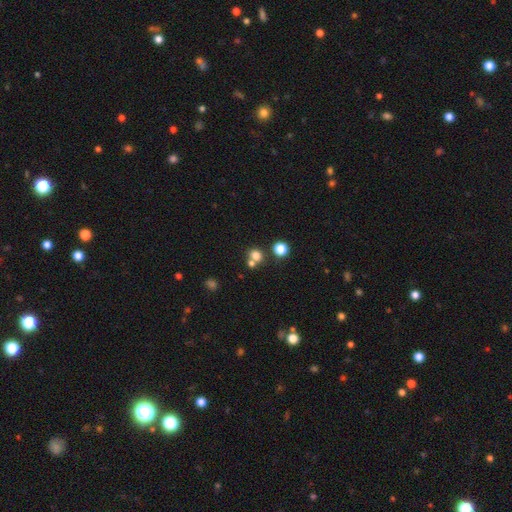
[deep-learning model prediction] This is likely a smooth galaxy (75%). How rounded: likely round (76%). Merging: possibly none (54%).